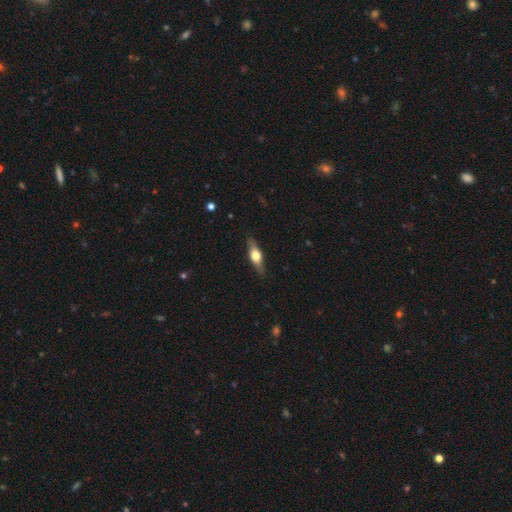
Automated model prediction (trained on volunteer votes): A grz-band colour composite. It shows a featured or disk galaxy (54%) viewed edge-on (92%). Merging: none (86%).